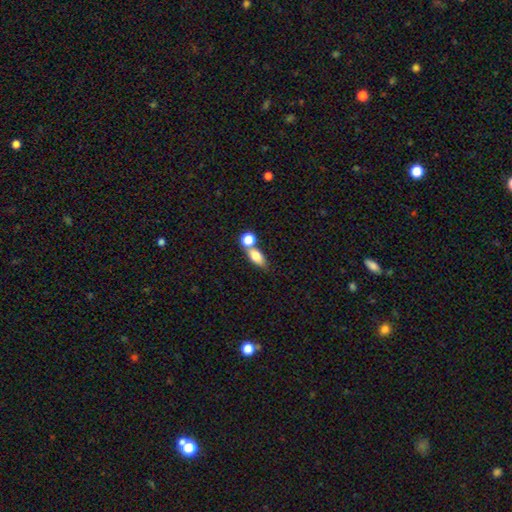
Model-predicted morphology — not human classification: A smooth galaxy with no disk features (77%) that is in between round and cigar-shaped (73%).

Vote fractions:
- Smooth or featured? smooth: 77% / featured or disk: 13% / star or artifact: 9%
- How rounded? in between: 73% / round: 17% / cigar-shaped: 10%
- Merging? merger: 43% / none: 42% / minor disturbance: 10% / major disturbance: 5%